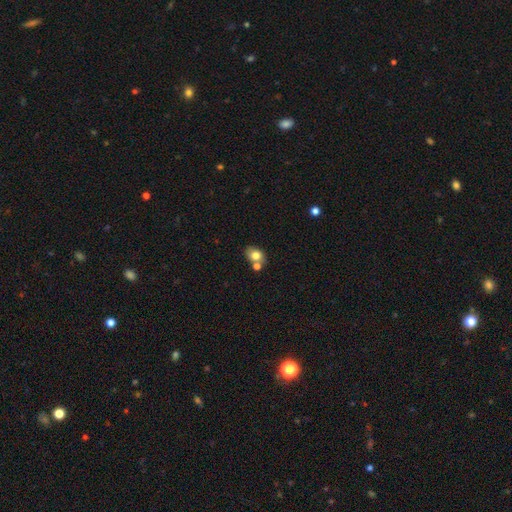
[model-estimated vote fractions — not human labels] A smooth galaxy with no disk features (77%) that is in between round and cigar-shaped (64%). Merging: none (52%).